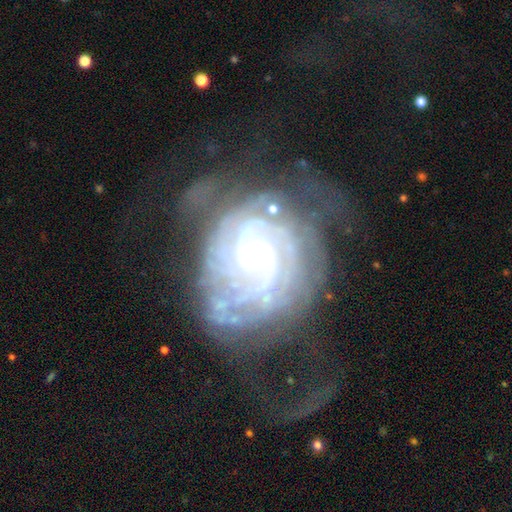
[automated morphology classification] A featured or disk galaxy (88%) with no bar (63%), tight (75%) spiral arms (96%) and a small central bulge (66%). Merging: none (48%).